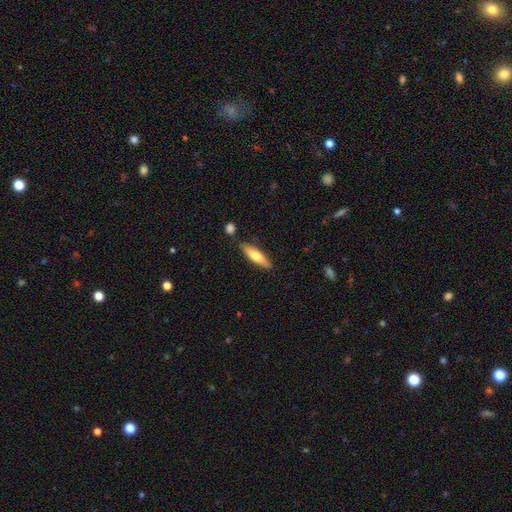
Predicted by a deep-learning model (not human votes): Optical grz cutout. It shows a smooth galaxy with no disk features (64%) that is cigar-shaped (66%). Merging: none (81%).